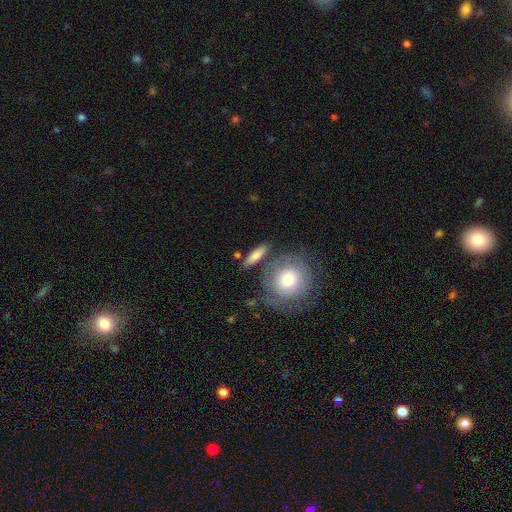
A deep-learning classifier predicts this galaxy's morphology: A smooth galaxy with no disk features (75%) that is cigar-shaped (44%).

Vote fractions:
- Smooth or featured? smooth: 75% / featured or disk: 19% / star or artifact: 7%
- How rounded? cigar-shaped: 44% / in between: 39% / round: 16%
- Merging? none: 74% / minor disturbance: 12% / merger: 9% / major disturbance: 4%